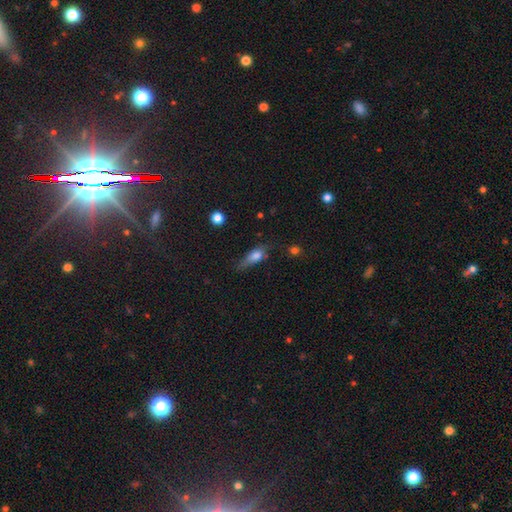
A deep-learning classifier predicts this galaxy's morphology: smooth-or-featured: smooth: 68% | featured or disk: 22% | star or artifact: 10%
  how-rounded: in between: 63% | cigar-shaped: 29% | round: 8%
  merging: none: 42% | minor disturbance: 36% | major disturbance: 18% | merger: 3%